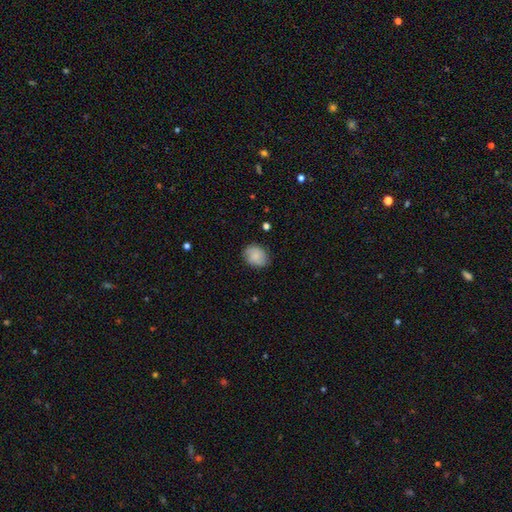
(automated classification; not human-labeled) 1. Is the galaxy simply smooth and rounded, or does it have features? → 83% smooth, 10% featured or disk, 7% star or artifact.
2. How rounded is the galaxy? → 51% in between, 48% round, 1% cigar-shaped.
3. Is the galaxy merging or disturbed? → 82% none, 14% minor disturbance, 3% major disturbance, 1% merger.